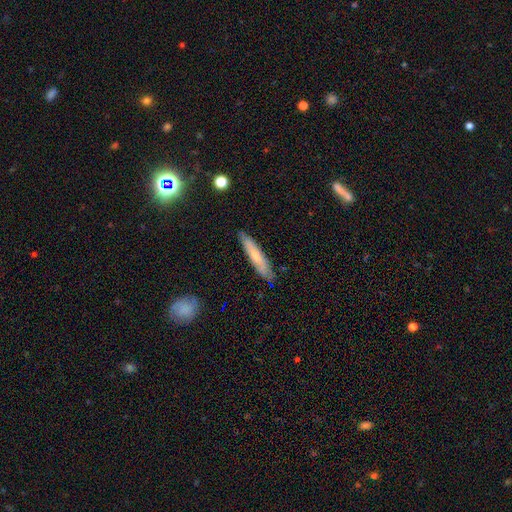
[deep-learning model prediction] Q: Smooth or featured?
A: smooth (62%); runner-up: featured or disk (32%)
Q: How rounded?
A: cigar-shaped (87%); runner-up: in between (11%)
Q: Merging?
A: none (84%); runner-up: minor disturbance (12%)